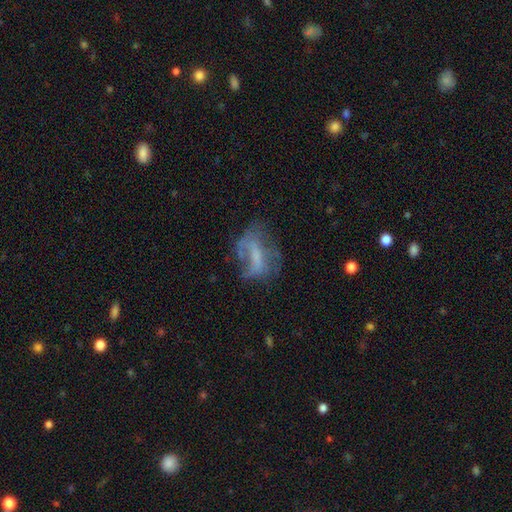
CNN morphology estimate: Overall: featured or disk (53%; smooth 34%). Edge-on disk: no (94%). Merging: none (40%; major disturbance 33%).